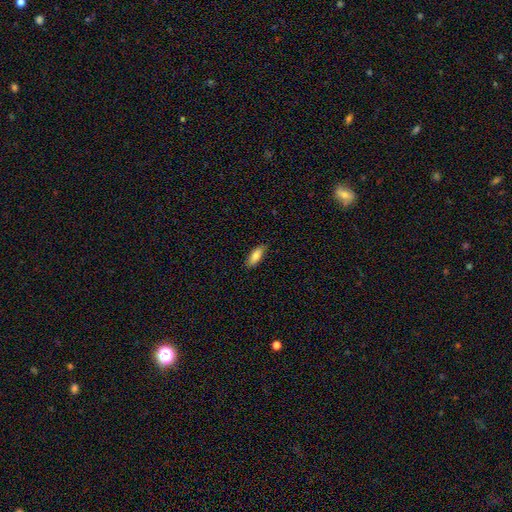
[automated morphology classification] This appears to be a smooth galaxy with no disk features (81%) that is in between round and cigar-shaped (69%). Merging: none (85%).